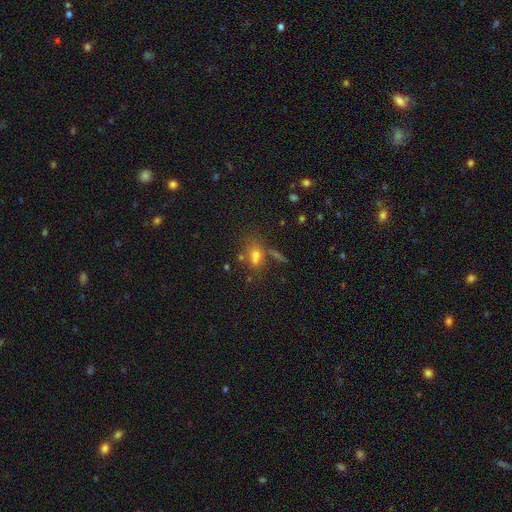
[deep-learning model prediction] smooth-or-featured: smooth: 62% | star or artifact: 20% | featured or disk: 17%
  how-rounded: in between: 72% | round: 20% | cigar-shaped: 8%
  merging: none: 52% | merger: 20% | minor disturbance: 17% | major disturbance: 11%